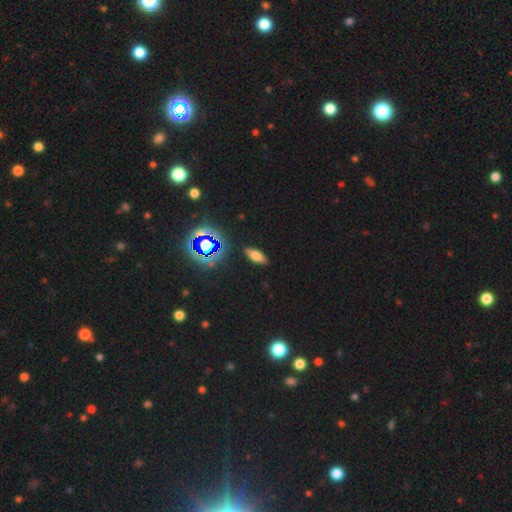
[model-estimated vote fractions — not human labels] This is likely a smooth galaxy (62%). How rounded: likely in between (79%). Merging: clearly none (88%).